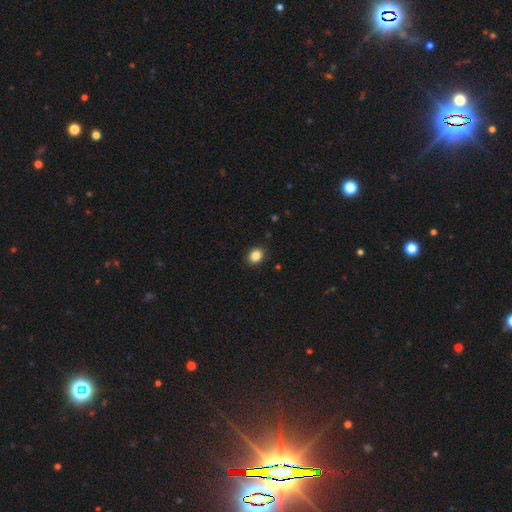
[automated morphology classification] A smooth galaxy with no disk features (85%) that is in between round and cigar-shaped (51%). Merging: none (90%).